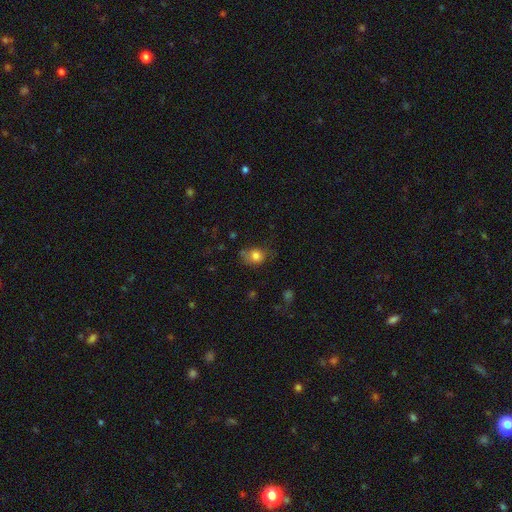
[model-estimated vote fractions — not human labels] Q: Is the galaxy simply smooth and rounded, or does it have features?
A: smooth — 79%.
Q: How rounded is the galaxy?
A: round — 56%.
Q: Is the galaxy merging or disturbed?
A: none — 58%.